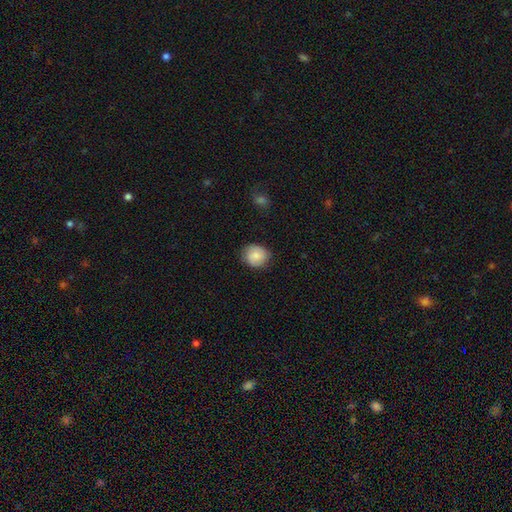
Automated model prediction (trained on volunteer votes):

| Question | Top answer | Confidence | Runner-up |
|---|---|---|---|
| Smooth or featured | smooth | 77% | featured or disk (15%) |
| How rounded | round | 76% | in between (23%) |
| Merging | none | 79% | minor disturbance (16%) |